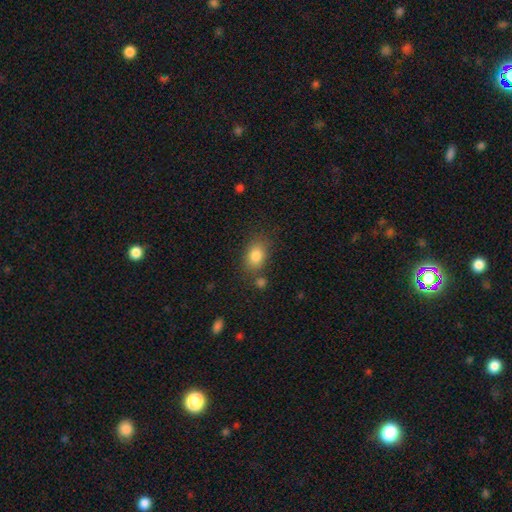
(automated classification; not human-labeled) A smooth galaxy with no disk features (83%) that is in between round and cigar-shaped (77%). Merging: none (72%).